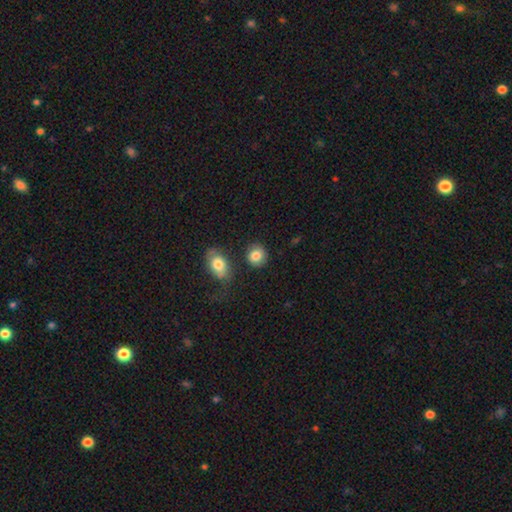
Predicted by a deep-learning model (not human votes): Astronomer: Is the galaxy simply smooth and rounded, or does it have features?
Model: smooth — 84%.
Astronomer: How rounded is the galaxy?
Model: round — 76%.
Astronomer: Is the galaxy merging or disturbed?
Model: none — 78%.